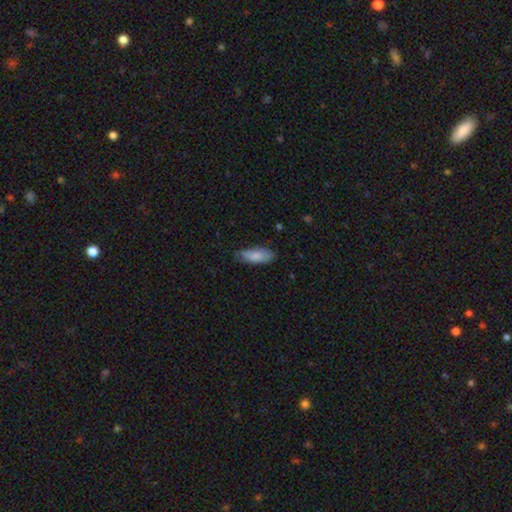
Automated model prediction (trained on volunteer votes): smooth 81%, featured or disk 13%, star or artifact 6%. Down the decision tree: how rounded — in between (78%); merging — none (68%).